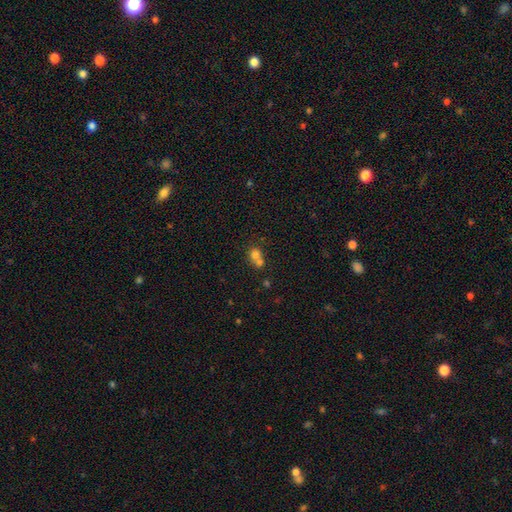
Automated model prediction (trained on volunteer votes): Smooth or featured? Predicted: smooth (p=0.71). How rounded? Predicted: round (p=0.73). Merging? Predicted: merger (p=0.61).